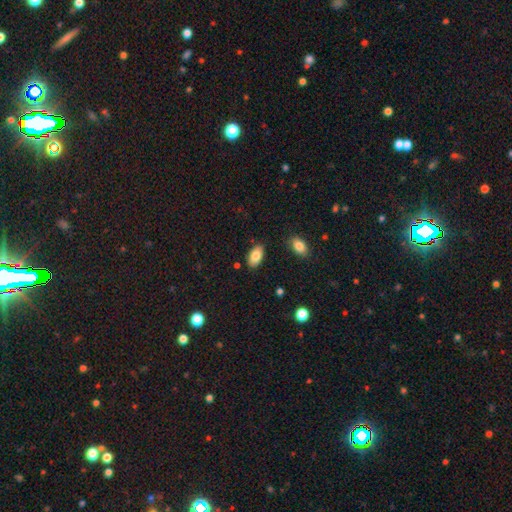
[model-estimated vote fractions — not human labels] smooth 84%, featured or disk 9%, star or artifact 7%. Down the decision tree: how rounded — in between (94%); merging — none (85%).